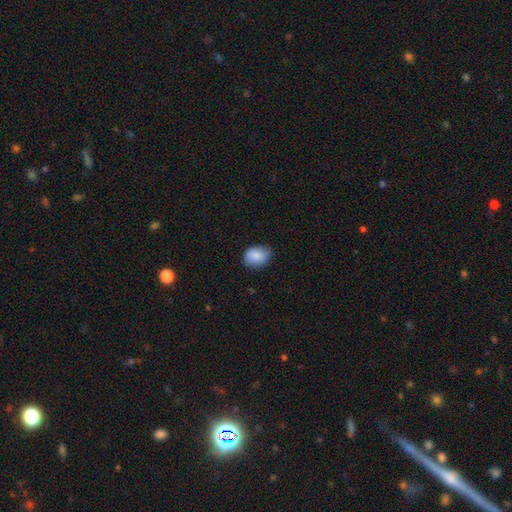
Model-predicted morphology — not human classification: Smooth or featured?
  - smooth: 87% *
  - star or artifact: 7%
  - featured or disk: 6%
How rounded?
  - in between: 71% *
  - round: 28%
  - cigar-shaped: 1%
Merging?
  - none: 76% *
  - minor disturbance: 20%
  - major disturbance: 3%
  - merger: 1%